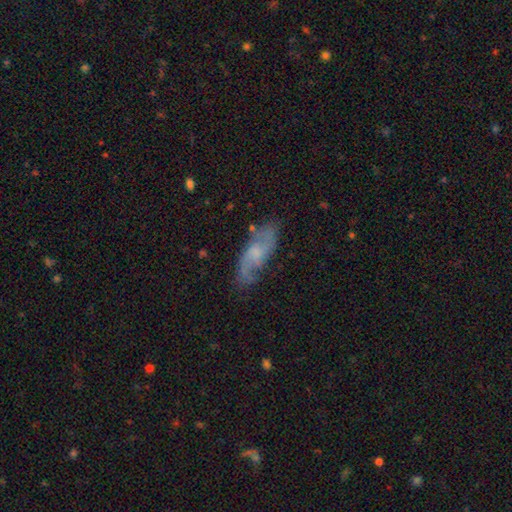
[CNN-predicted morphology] type=featured or disk (64%); edge-on=no (88%); bar=no (57%); spiral arms=yes (88%); winding=loose (48%); arm count=2 (76%); bulge=small (41%); merging=none (67%).